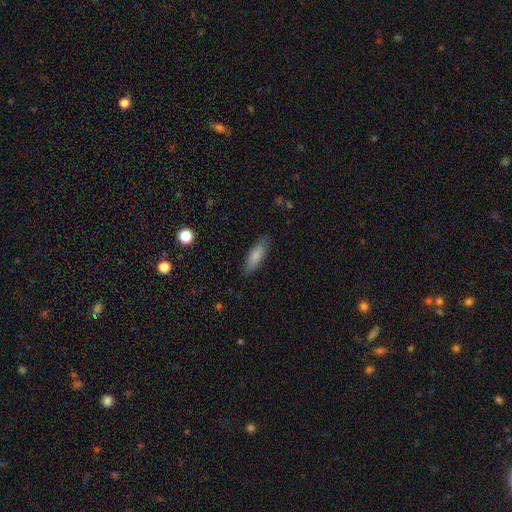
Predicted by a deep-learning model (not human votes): This is clearly a smooth galaxy (83%). How rounded: possibly in between (58%). Merging: clearly none (83%).